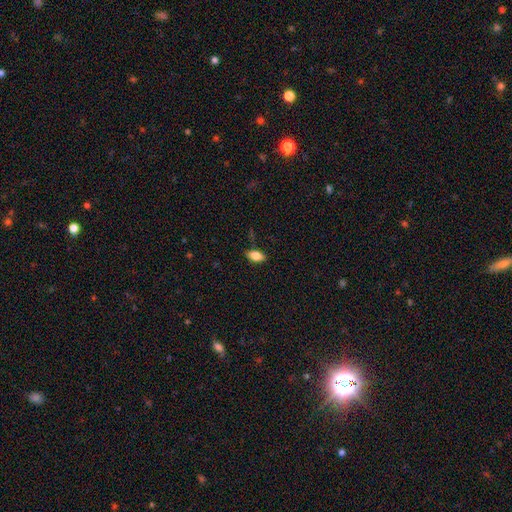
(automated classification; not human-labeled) Smooth or featured? smooth (80%)
How rounded? in between (89%)
Merging? none (82%)